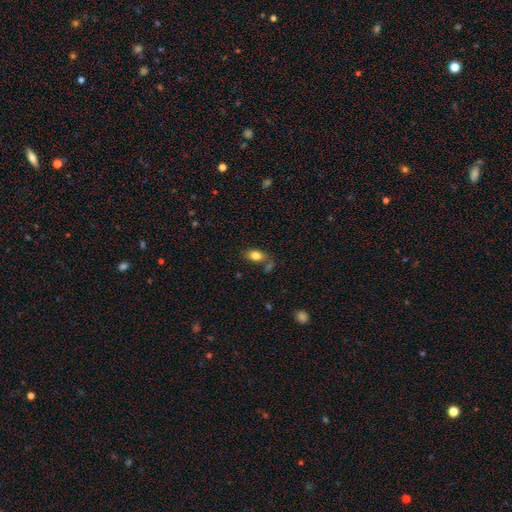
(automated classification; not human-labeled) Smooth or featured: smooth — 82% (featured or disk — 10%)
How rounded: in between — 86% (round — 11%)
Merging: none — 65% (minor disturbance — 15%)